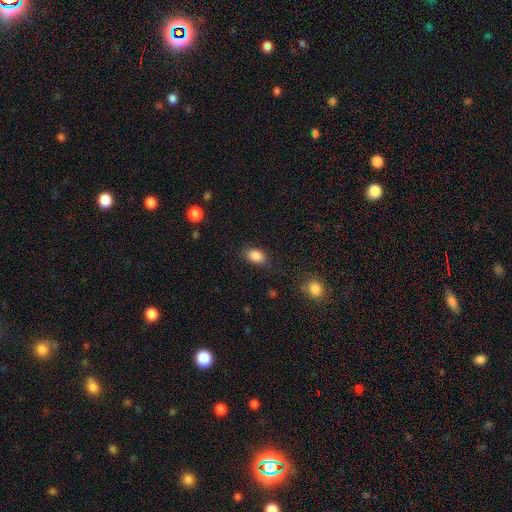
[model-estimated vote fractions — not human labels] smooth_or_featured: smooth (p=0.86) [alt: star or artifact p=0.09]
how_rounded: in between (p=0.86) [alt: round p=0.13]
merging: none (p=0.81) [alt: minor disturbance p=0.14]